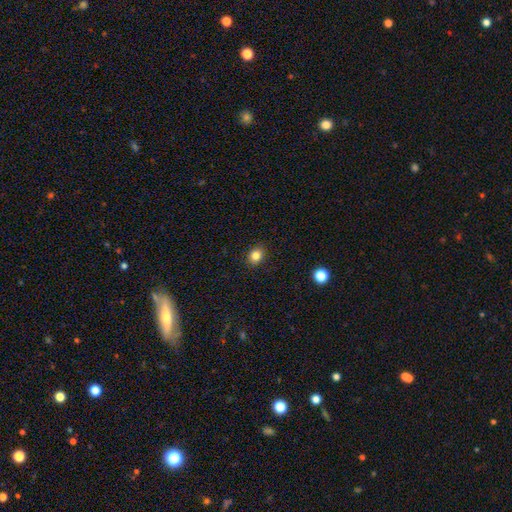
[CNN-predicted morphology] Smooth or featured? Predicted: smooth (p=0.83). How rounded? Predicted: round (p=0.55). Merging? Predicted: none (p=0.90).